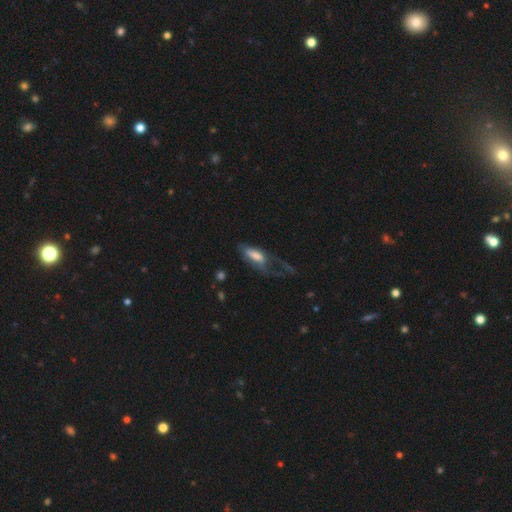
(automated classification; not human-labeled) A smooth galaxy with no disk features (60%) that is in between round and cigar-shaped (71%).

Vote fractions:
- Smooth or featured? smooth: 60% / featured or disk: 32% / star or artifact: 8%
- How rounded? in between: 71% / cigar-shaped: 27% / round: 2%
- Merging? major disturbance: 56% / none: 22% / minor disturbance: 19% / merger: 3%